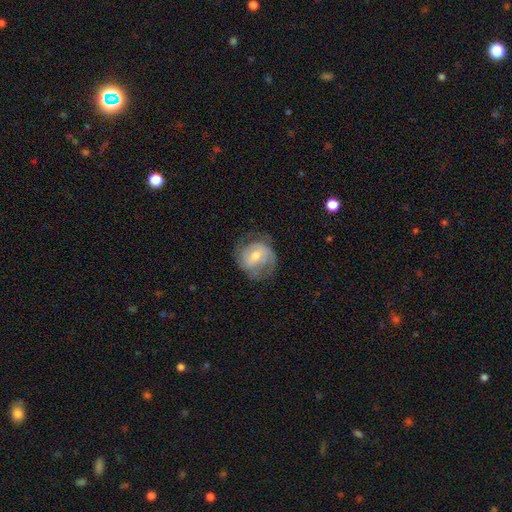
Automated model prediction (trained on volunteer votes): Morphology: type=featured or disk (67%); edge-on=no (97%); bar=weak (48%); spiral arms=yes (85%); winding=tight (43%); arm count=2 (58%); bulge=moderate (53%); merging=none (64%).